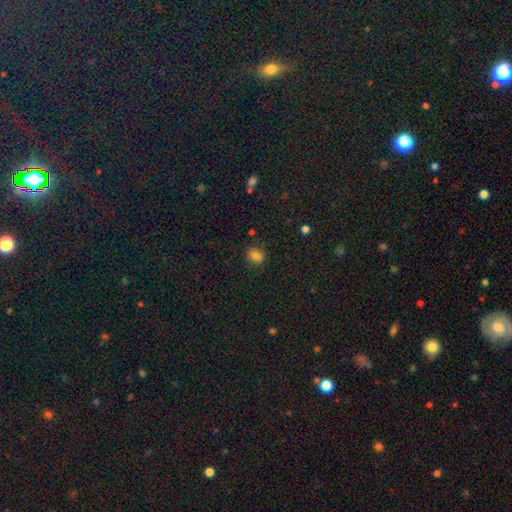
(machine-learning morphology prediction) type=smooth (82%); roundness=in between (51%); merging=none (81%).